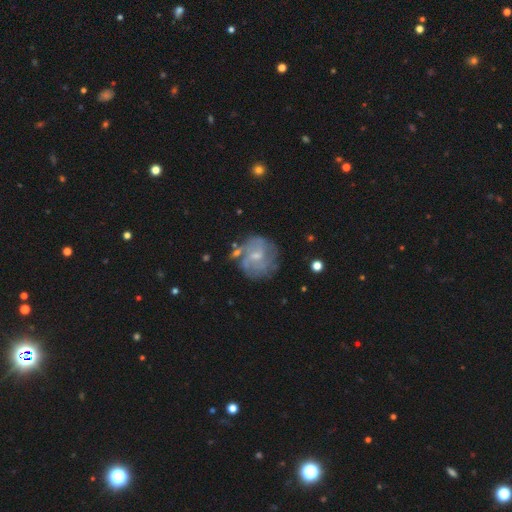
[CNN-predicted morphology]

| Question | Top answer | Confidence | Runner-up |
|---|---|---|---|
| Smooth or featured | featured or disk | 71% | smooth (22%) |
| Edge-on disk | no | 98% | yes (2%) |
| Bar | weak | 47% | no (46%) |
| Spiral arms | yes | 80% | no (20%) |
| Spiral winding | tight | 40% | tied: medium (40%) |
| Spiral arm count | can't tell | 43% | 2 (20%) |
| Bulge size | small | 56% | moderate (34%) |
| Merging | none | 64% | minor disturbance (19%) |